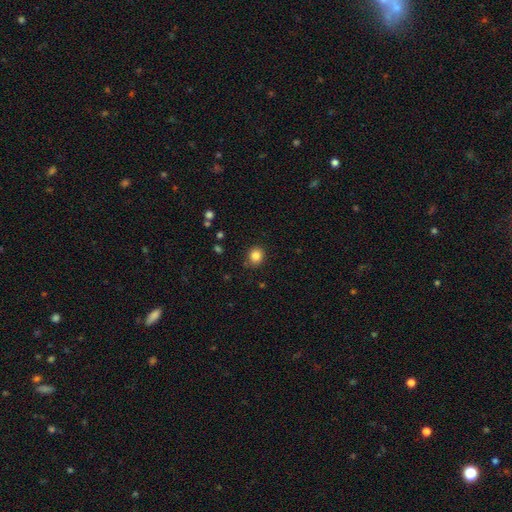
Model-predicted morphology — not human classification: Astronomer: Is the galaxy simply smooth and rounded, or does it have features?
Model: smooth — 85%.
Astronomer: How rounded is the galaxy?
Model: round — 79%.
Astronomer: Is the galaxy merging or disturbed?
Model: none — 85%.